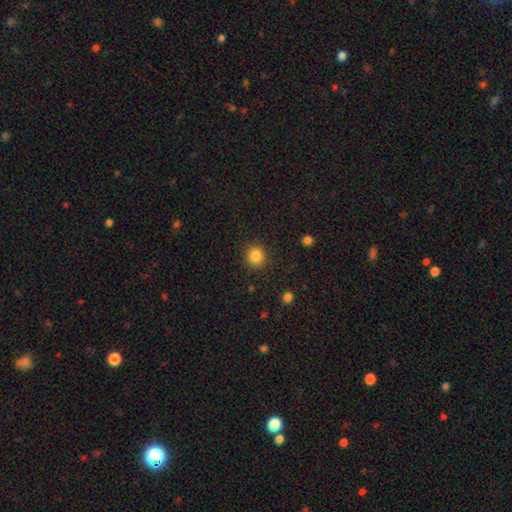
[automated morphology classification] smooth_or_featured: smooth (p=0.85) [alt: star or artifact p=0.11]
how_rounded: round (p=0.89) [alt: in between p=0.10]
merging: none (p=0.90) [alt: minor disturbance p=0.06]